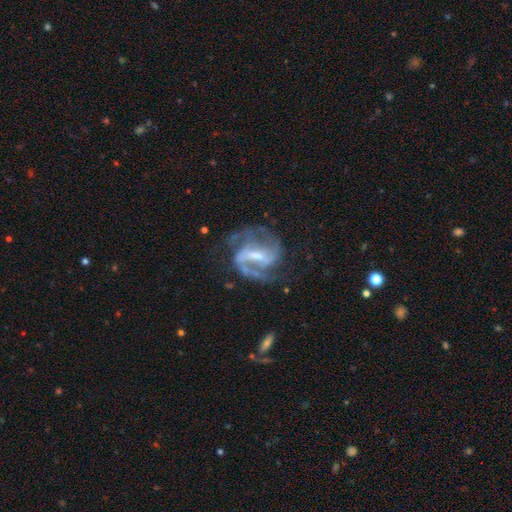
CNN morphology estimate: Q: Smooth or featured?
A: featured or disk (89%); runner-up: star or artifact (5%)
Q: Edge-on disk?
A: no (97%); runner-up: yes (3%)
Q: Bar?
A: strong (50%); runner-up: weak (40%)
Q: Spiral arms?
A: yes (96%); runner-up: no (4%)
Q: Spiral winding?
A: medium (57%); runner-up: tight (24%)
Q: Spiral arm count?
A: 2 (80%); runner-up: 3 (8%)
Q: Bulge size?
A: moderate (41%); tied with: small (41%)
Q: Merging?
A: none (63%); runner-up: minor disturbance (18%)